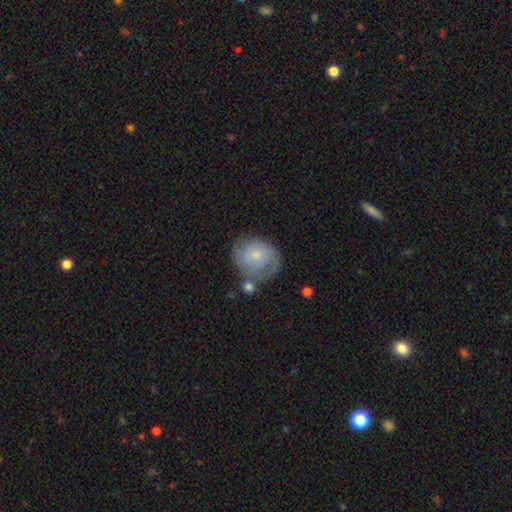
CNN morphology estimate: smooth_or_featured: smooth (p=0.47) [alt: featured or disk p=0.46]
merging: none (p=0.51) [alt: minor disturbance p=0.25]